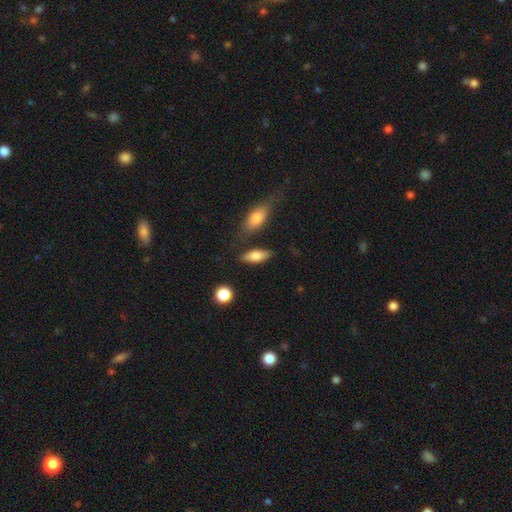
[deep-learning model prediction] smooth_or_featured: smooth (p=0.77) [alt: featured or disk p=0.16]
how_rounded: in between (p=0.75) [alt: cigar-shaped p=0.21]
merging: none (p=0.74) [alt: minor disturbance p=0.15]